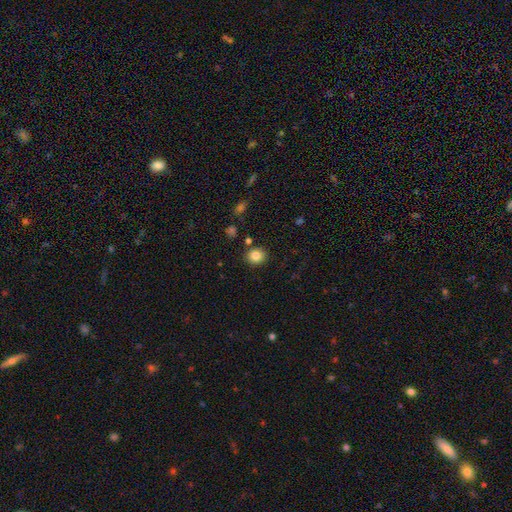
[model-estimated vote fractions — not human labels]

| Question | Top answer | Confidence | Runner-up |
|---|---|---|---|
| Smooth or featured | smooth | 84% | star or artifact (10%) |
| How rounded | round | 77% | in between (22%) |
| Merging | none | 86% | minor disturbance (8%) |